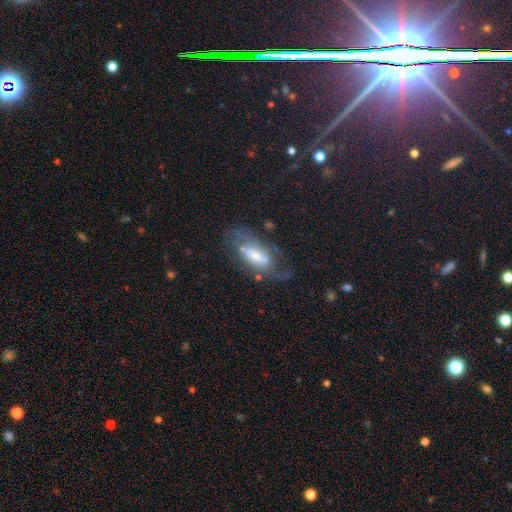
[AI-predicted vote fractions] Morphology: type=featured or disk (58%); edge-on=no (84%); merging=none (51%).